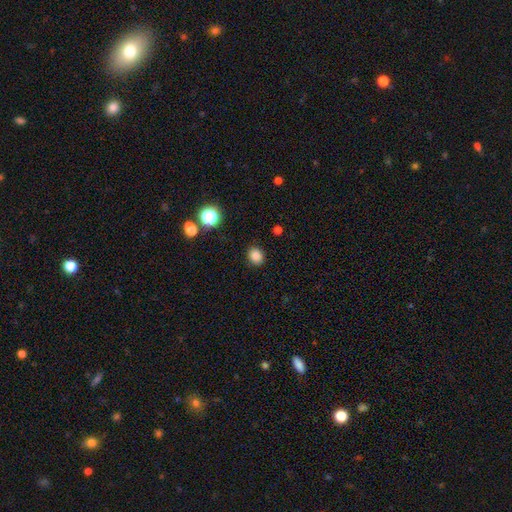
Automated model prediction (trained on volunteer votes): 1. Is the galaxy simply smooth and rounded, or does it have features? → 84% smooth, 12% star or artifact, 4% featured or disk.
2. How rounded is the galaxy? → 68% round, 31% in between, 1% cigar-shaped.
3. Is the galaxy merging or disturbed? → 89% none, 7% minor disturbance, 2% major disturbance, 1% merger.